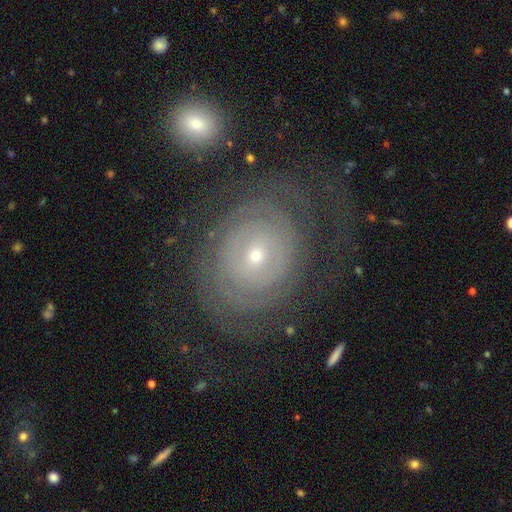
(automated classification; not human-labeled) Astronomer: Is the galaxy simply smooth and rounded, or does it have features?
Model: featured or disk — 80%.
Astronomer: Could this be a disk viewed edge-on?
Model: no — 96%.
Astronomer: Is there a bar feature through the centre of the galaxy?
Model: no — 73%.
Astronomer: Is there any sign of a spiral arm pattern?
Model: yes — 86%.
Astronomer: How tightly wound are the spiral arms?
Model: tight — 81%.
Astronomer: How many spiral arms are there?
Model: can't tell — 47% (runner-up: 2, 24%).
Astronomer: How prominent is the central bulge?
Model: small — 70%.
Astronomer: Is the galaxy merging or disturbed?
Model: none — 69%.